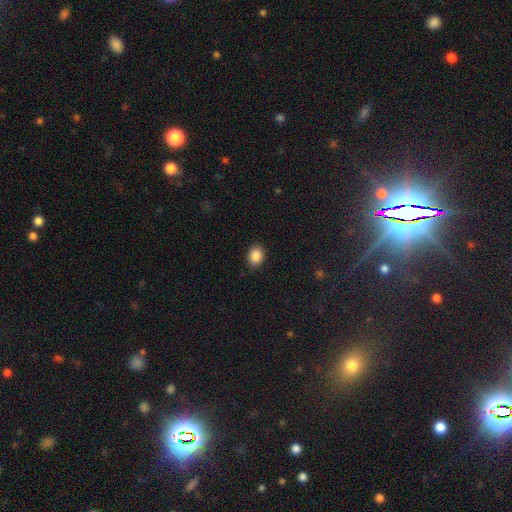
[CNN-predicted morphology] Smooth or featured? smooth (87%)
How rounded? in between (50%)
Merging? none (88%)